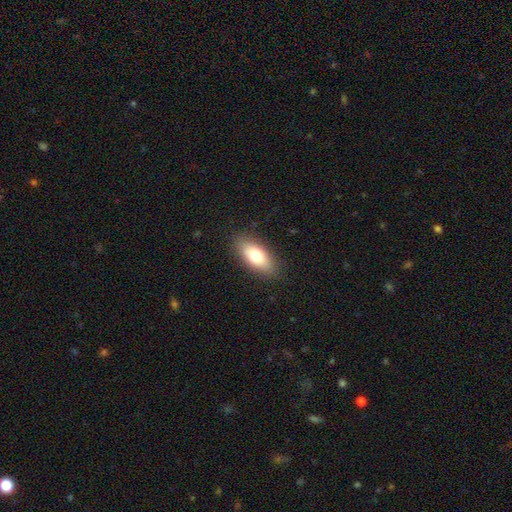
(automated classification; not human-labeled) A smooth galaxy with no disk features (77%) that is in between round and cigar-shaped (84%). Merging: none (87%).